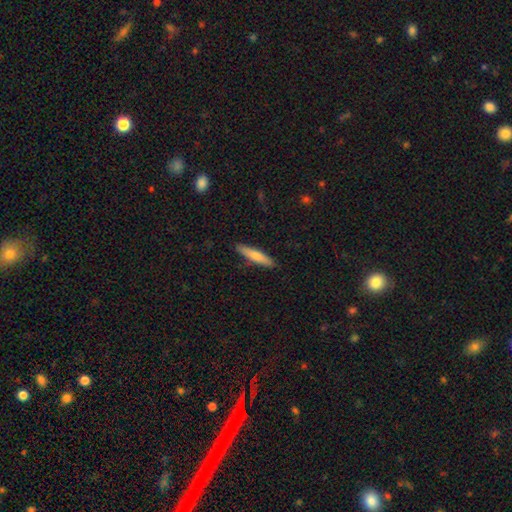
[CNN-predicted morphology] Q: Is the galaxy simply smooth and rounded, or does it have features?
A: smooth — 72%.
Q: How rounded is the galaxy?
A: cigar-shaped — 88%.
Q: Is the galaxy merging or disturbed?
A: none — 89%.